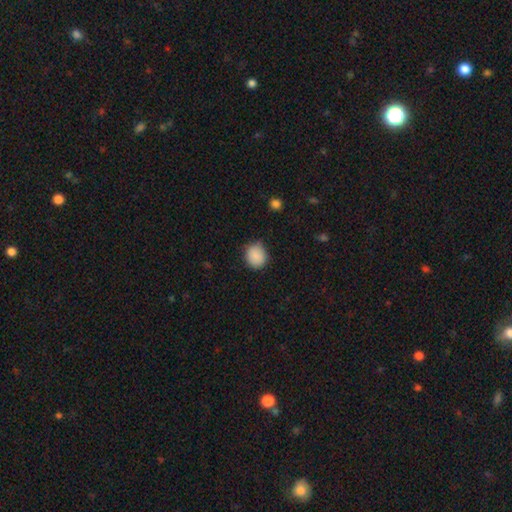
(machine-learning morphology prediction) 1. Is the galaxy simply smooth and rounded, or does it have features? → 89% smooth, 8% star or artifact, 3% featured or disk.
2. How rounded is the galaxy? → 76% round, 23% in between, 1% cigar-shaped.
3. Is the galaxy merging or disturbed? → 81% none, 15% minor disturbance, 3% major disturbance, 1% merger.